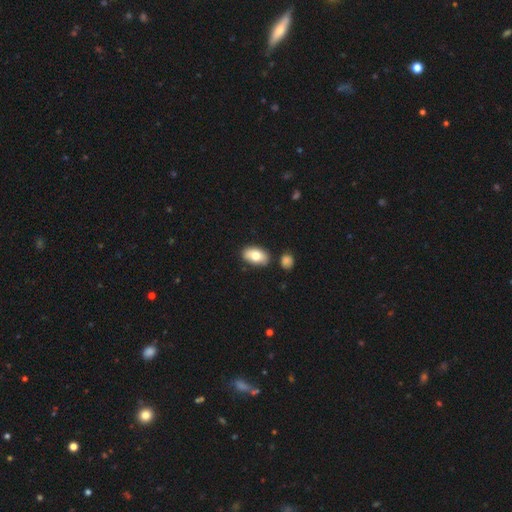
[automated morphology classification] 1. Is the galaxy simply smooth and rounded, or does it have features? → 76% smooth, 17% featured or disk, 7% star or artifact.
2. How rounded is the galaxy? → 91% in between, 7% round, 2% cigar-shaped.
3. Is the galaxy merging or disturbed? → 79% none, 12% minor disturbance, 6% merger, 3% major disturbance.